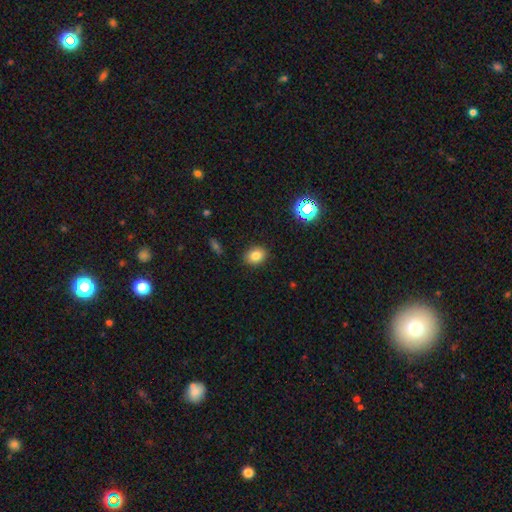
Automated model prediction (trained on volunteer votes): smooth 81%, star or artifact 12%, featured or disk 7%. Down the decision tree: how rounded — in between (58%); merging — none (89%).